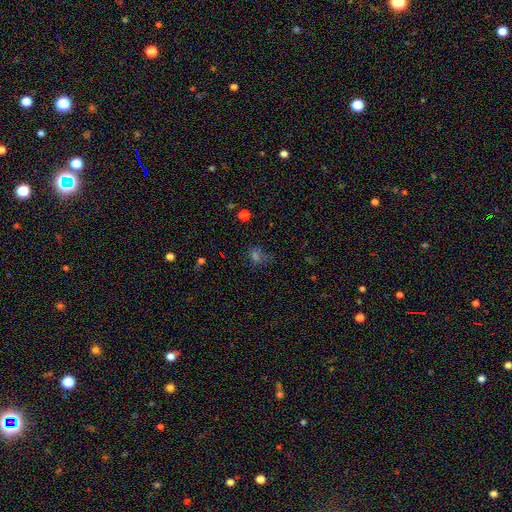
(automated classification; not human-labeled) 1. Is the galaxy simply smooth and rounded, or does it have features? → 52% smooth, 36% star or artifact, 11% featured or disk.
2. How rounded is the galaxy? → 57% round, 41% in between, 2% cigar-shaped.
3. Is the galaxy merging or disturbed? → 56% none, 22% minor disturbance, 16% major disturbance, 5% merger.